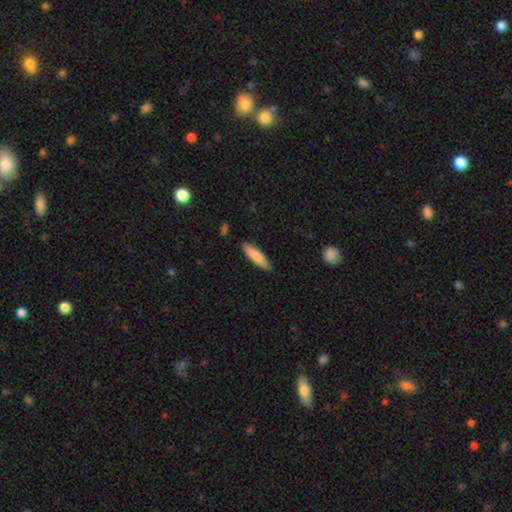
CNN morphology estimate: smooth-or-featured: smooth: 78% | featured or disk: 16% | star or artifact: 6%
  how-rounded: cigar-shaped: 77% | in between: 21% | round: 1%
  merging: none: 87% | minor disturbance: 9% | major disturbance: 2% | merger: 1%